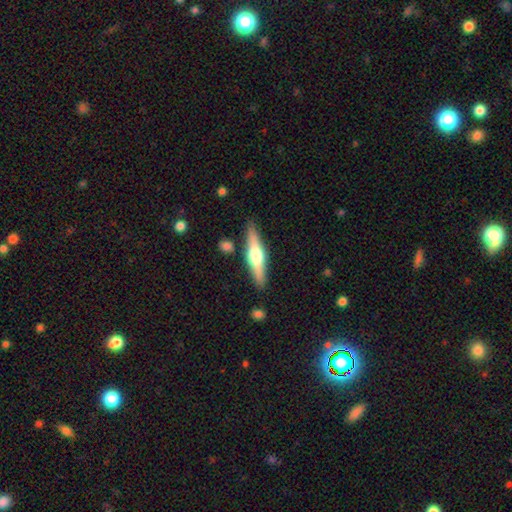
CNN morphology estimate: Smooth or featured?
  - featured or disk: 61% *
  - smooth: 34%
  - star or artifact: 5%
Edge-on disk?
  - yes: 96% *
  - no: 4%
Edge-on bulge?
  - rounded: 93% *
  - boxy: 5%
  - none: 2%
Merging?
  - none: 86% *
  - minor disturbance: 9%
  - merger: 3%
  - major disturbance: 2%